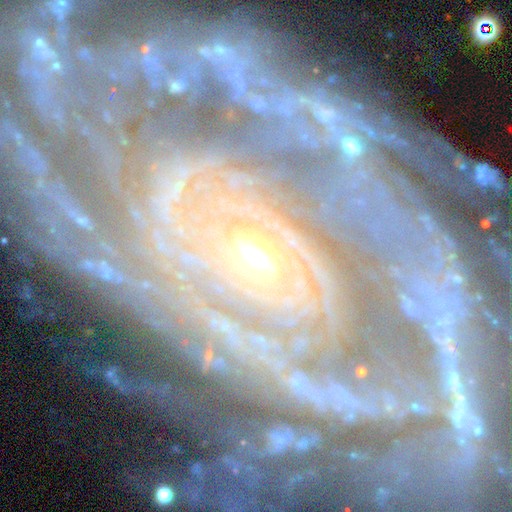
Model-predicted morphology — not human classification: featured or disk 89%, star or artifact 7%, smooth 4%. Down the decision tree: edge-on disk — no (97%); bar — no (64%); spiral arms — yes (97%); spiral arm count — 2 (23%); spiral winding — tight (71%); bulge size — small (66%); merging — none (60%).